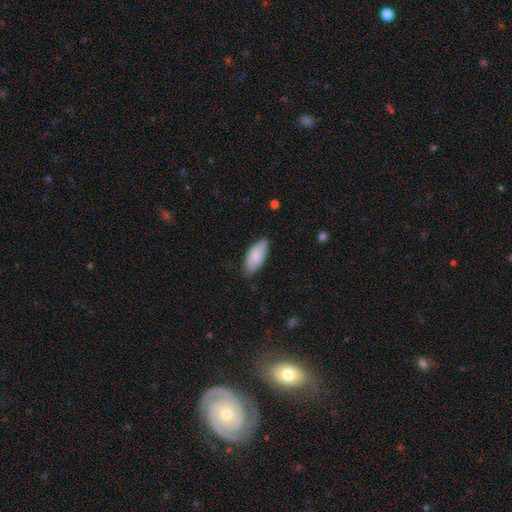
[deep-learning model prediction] smooth 81%, featured or disk 13%, star or artifact 6%. Down the decision tree: how rounded — in between (87%); merging — none (73%).